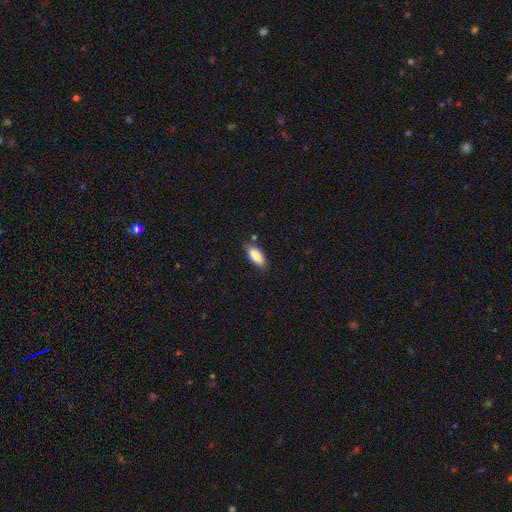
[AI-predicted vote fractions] Morphology: type=smooth (87%); roundness=in between (85%); merging=none (75%).